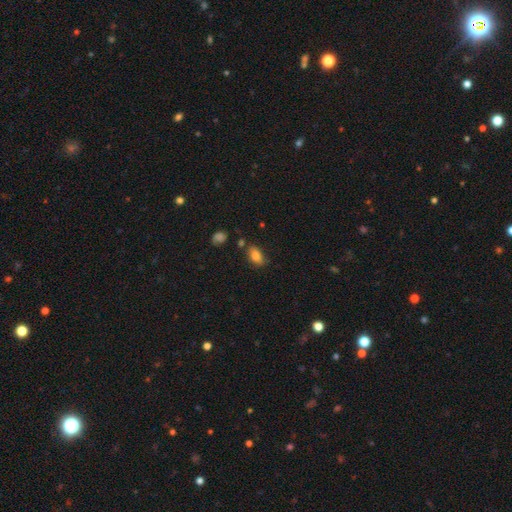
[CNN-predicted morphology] smooth-or-featured: smooth: 82% | featured or disk: 9% | star or artifact: 9%
  how-rounded: in between: 88% | round: 8% | cigar-shaped: 4%
  merging: none: 68% | minor disturbance: 22% | merger: 5% | major disturbance: 5%